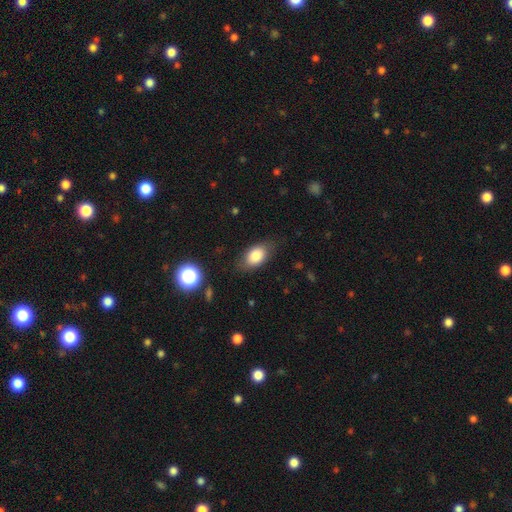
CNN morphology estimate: The model was most divided on "merging": none: 75%, minor disturbance: 18%, major disturbance: 6%, merger: 2%. More confident: how rounded — in between (87%); smooth or featured — smooth (81%).